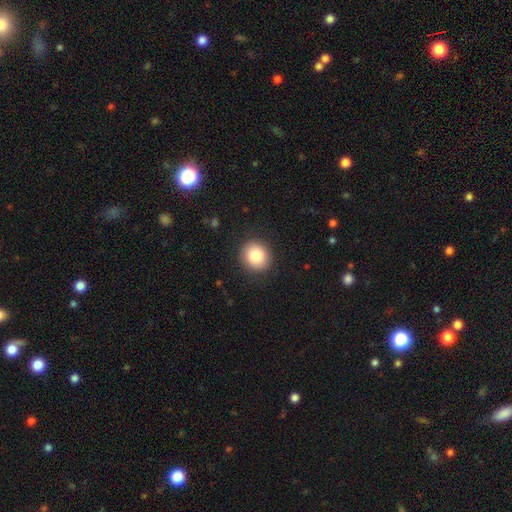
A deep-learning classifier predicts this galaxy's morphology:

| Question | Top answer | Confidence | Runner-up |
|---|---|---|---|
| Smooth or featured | smooth | 82% | star or artifact (9%) |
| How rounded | round | 86% | in between (13%) |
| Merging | none | 90% | minor disturbance (6%) |